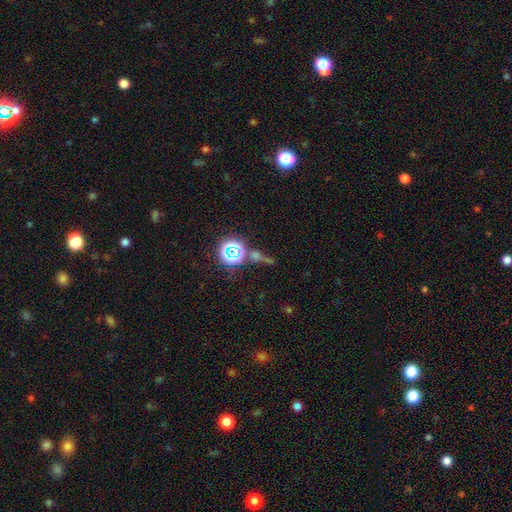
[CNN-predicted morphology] Smooth or featured? Predicted: star or artifact (p=0.60).